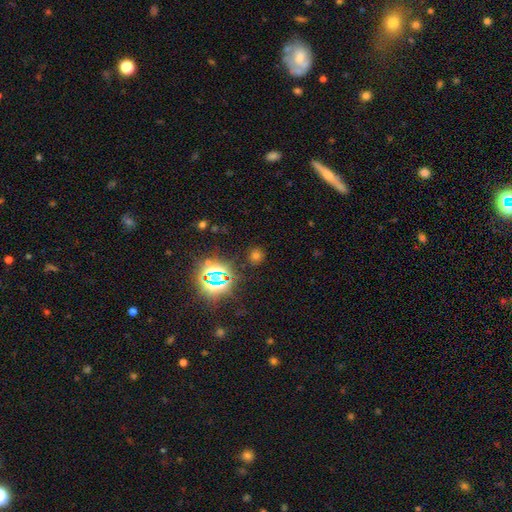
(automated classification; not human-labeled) smooth-or-featured: smooth: 59% | star or artifact: 34% | featured or disk: 7%
  how-rounded: round: 87% | in between: 11% | cigar-shaped: 1%
  merging: none: 85% | minor disturbance: 9% | major disturbance: 4% | merger: 3%